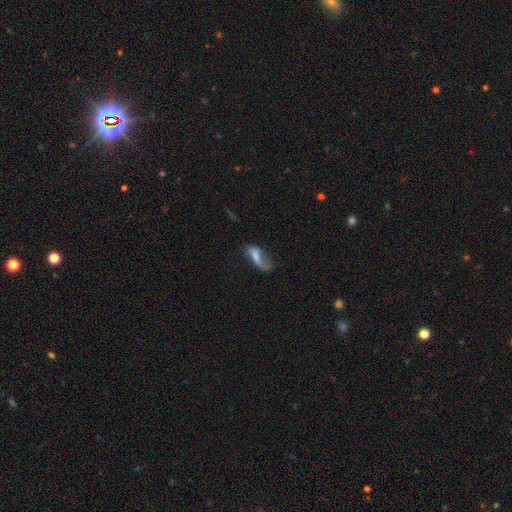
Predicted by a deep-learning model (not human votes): Overall: featured or disk (45%; smooth 44%). Merging: none (37%; major disturbance 33%).